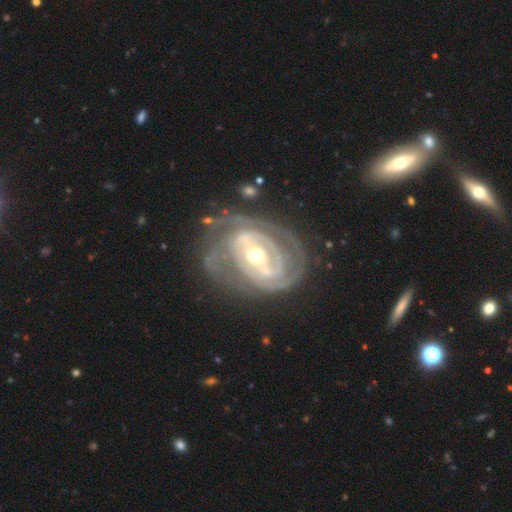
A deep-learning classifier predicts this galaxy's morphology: Overall: featured or disk (89%). Edge-on disk: no (96%). Bar: weak (36%; strong 35%). Spiral arms: yes (92%). Spiral arm count: 2 (41%; can't tell 24%). Spiral winding: tight (67%). Bulge size: moderate (68%). Merging: none (62%).